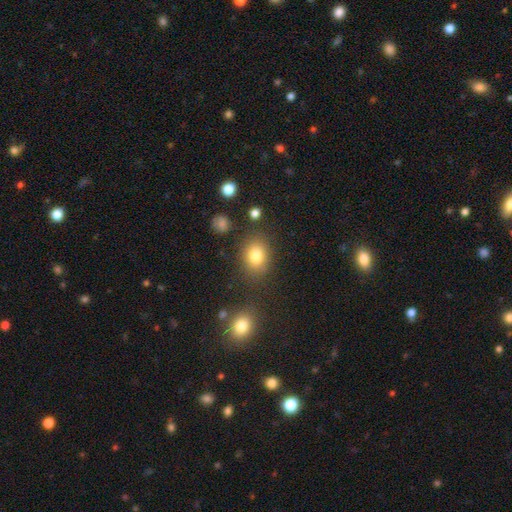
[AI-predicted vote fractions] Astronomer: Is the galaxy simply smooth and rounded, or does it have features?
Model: smooth — 80%.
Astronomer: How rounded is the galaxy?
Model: in between — 58% (runner-up: round, 41%).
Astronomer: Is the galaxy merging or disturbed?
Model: none — 79%.